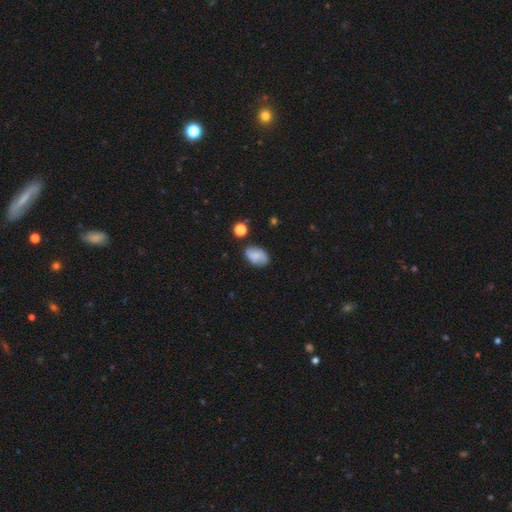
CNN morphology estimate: smooth-or-featured: smooth: 65% | featured or disk: 25% | star or artifact: 10%
  how-rounded: in between: 85% | round: 13% | cigar-shaped: 2%
  merging: none: 72% | minor disturbance: 19% | major disturbance: 5% | merger: 4%